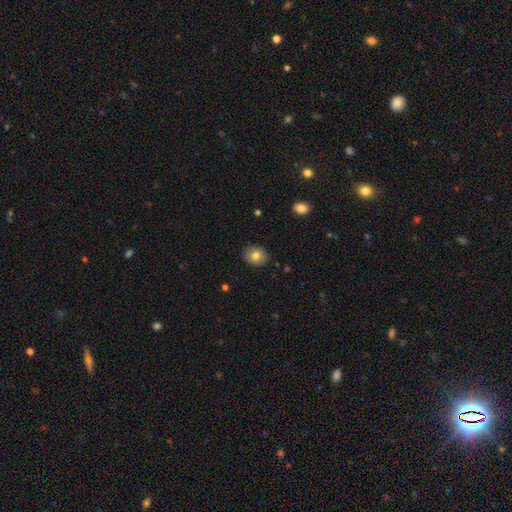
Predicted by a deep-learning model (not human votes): The model was most divided on "how rounded": round: 64%, in between: 36%, cigar-shaped: 1%. More confident: merging — none (88%); smooth or featured — smooth (79%).